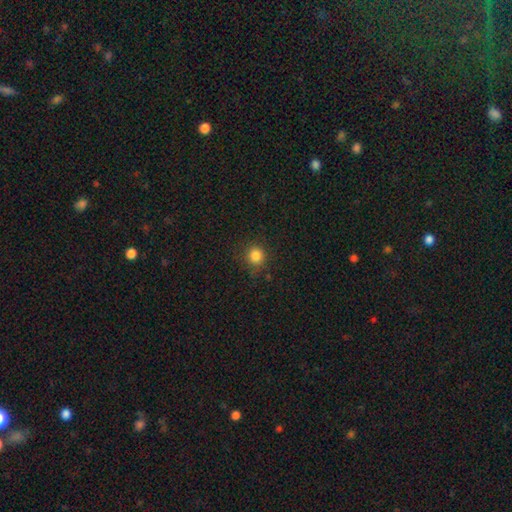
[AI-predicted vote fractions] smooth 83%, star or artifact 12%, featured or disk 4%. Down the decision tree: how rounded — round (91%); merging — none (85%).